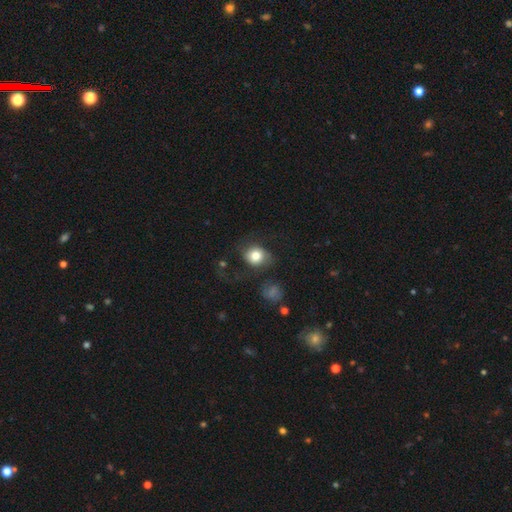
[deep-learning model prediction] Smooth or featured? Predicted: smooth (p=0.79). How rounded? Predicted: round (p=0.70). Merging? Predicted: none (p=0.57).